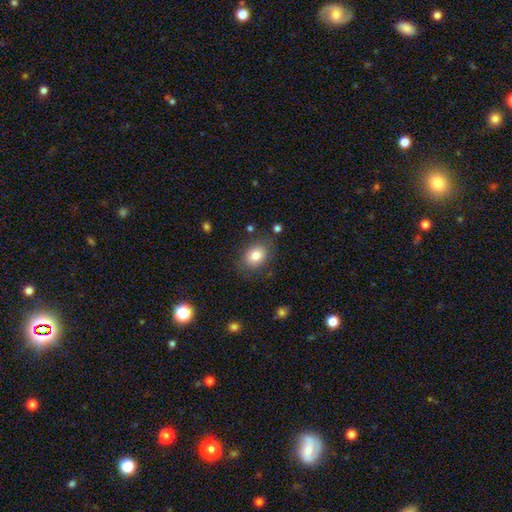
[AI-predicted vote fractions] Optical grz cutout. It shows a smooth galaxy with no disk features (81%) that is in between round and cigar-shaped (55%). Merging: none (81%).